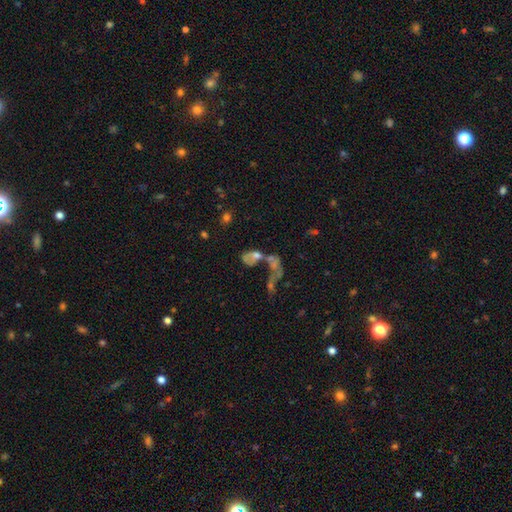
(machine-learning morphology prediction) Q: Smooth or featured?
A: featured or disk (43%); runner-up: smooth (42%)
Q: Merging?
A: merger (62%); runner-up: major disturbance (21%)